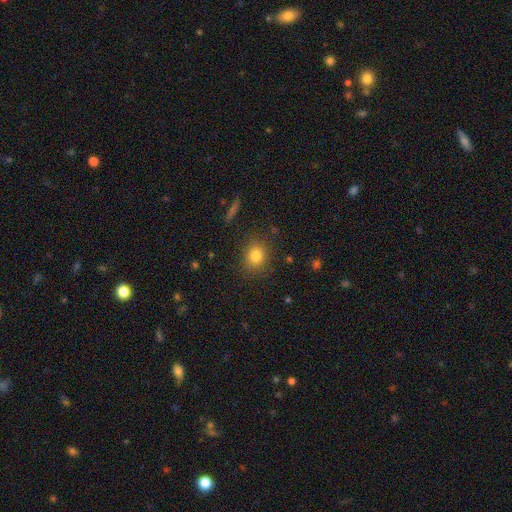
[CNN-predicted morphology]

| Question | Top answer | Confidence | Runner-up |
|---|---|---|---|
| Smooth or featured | smooth | 81% | star or artifact (11%) |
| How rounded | round | 63% | in between (36%) |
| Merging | none | 84% | minor disturbance (11%) |